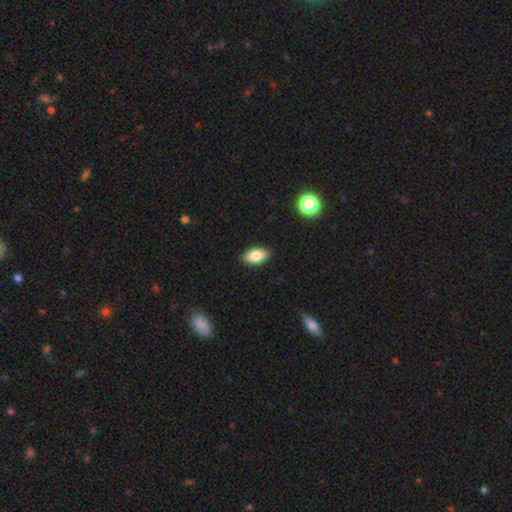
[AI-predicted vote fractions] smooth-or-featured: smooth: 83% | featured or disk: 9% | star or artifact: 8%
  how-rounded: in between: 92% | round: 5% | cigar-shaped: 3%
  merging: none: 89% | minor disturbance: 8% | major disturbance: 2% | merger: 1%